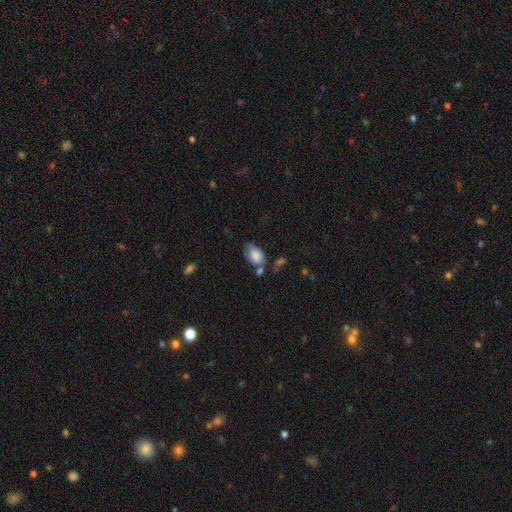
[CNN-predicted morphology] smooth 82%, featured or disk 11%, star or artifact 8%. Down the decision tree: how rounded — in between (89%); merging — none (41%).